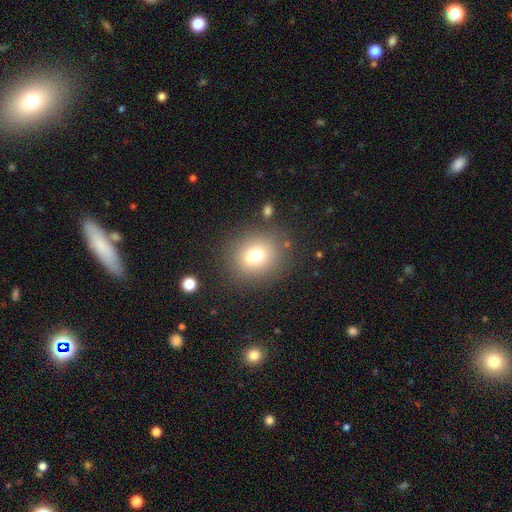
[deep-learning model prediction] Morphology: type=smooth (72%); roundness=round (75%); merging=none (80%).